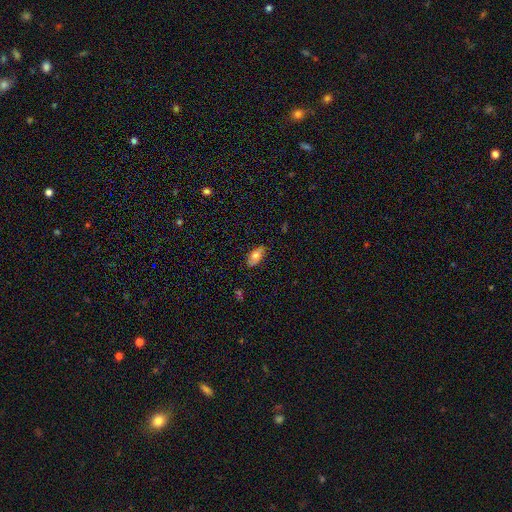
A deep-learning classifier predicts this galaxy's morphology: A smooth galaxy with no disk features (68%) that is in between round and cigar-shaped (90%). Merging: none (78%).